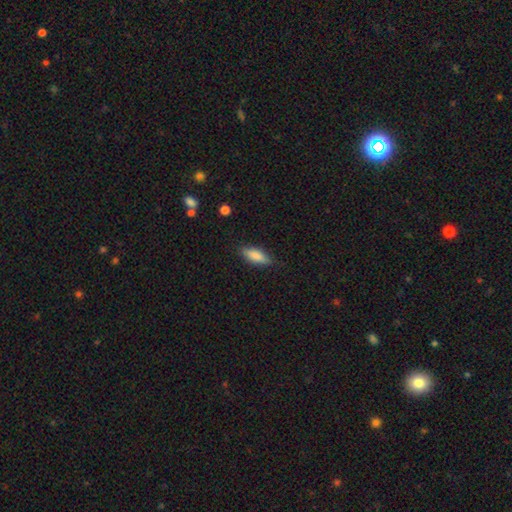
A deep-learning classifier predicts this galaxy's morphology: This is clearly a smooth galaxy (83%). How rounded: likely in between (66%). Merging: clearly none (82%).